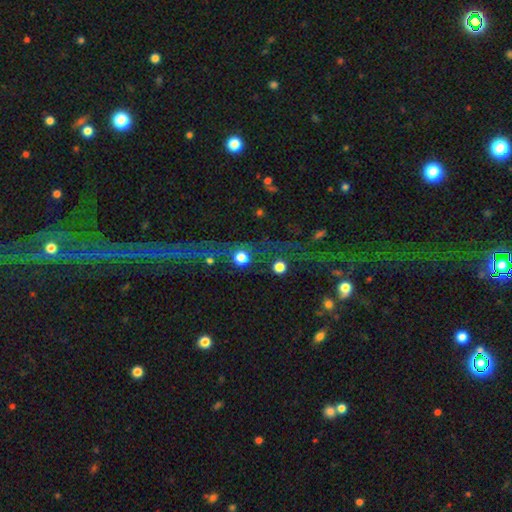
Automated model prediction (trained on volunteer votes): A star or artifact, not a galaxy (76%).